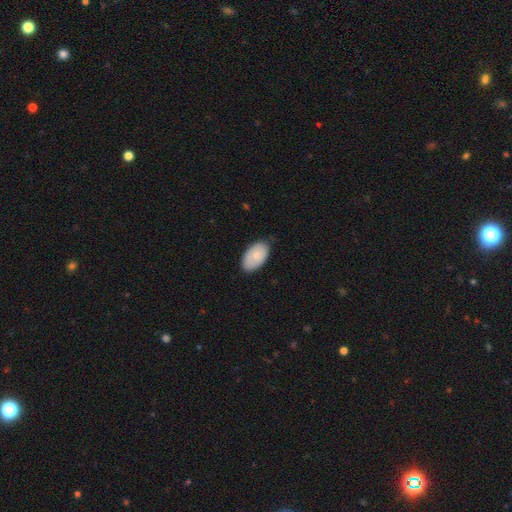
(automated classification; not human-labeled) The model was most divided on "merging": none: 76%, minor disturbance: 20%, major disturbance: 3%, merger: 1%. More confident: how rounded — in between (94%); smooth or featured — smooth (77%).